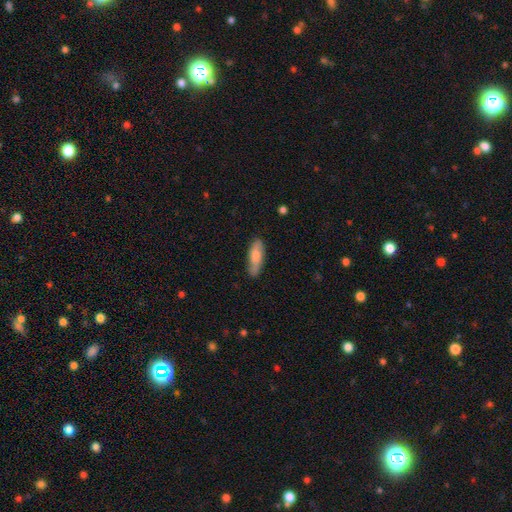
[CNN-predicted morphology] Smooth or featured: smooth — 74% (featured or disk — 21%)
How rounded: in between — 55% (cigar-shaped — 43%)
Merging: none — 77% (minor disturbance — 18%)